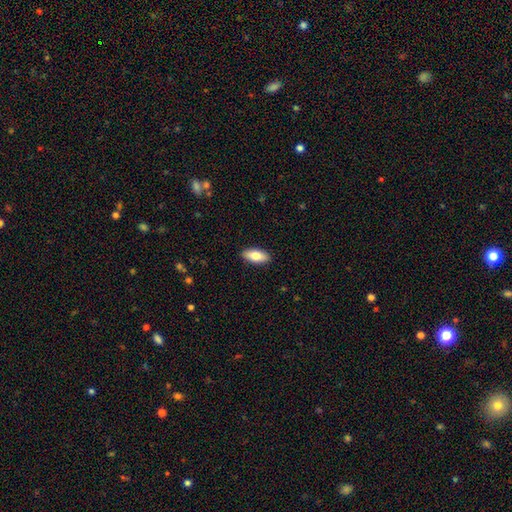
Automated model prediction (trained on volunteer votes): Smooth or featured?
  - smooth: 78% *
  - featured or disk: 16%
  - star or artifact: 6%
How rounded?
  - in between: 86% *
  - cigar-shaped: 12%
  - round: 2%
Merging?
  - none: 90% *
  - minor disturbance: 8%
  - major disturbance: 2%
  - merger: 1%